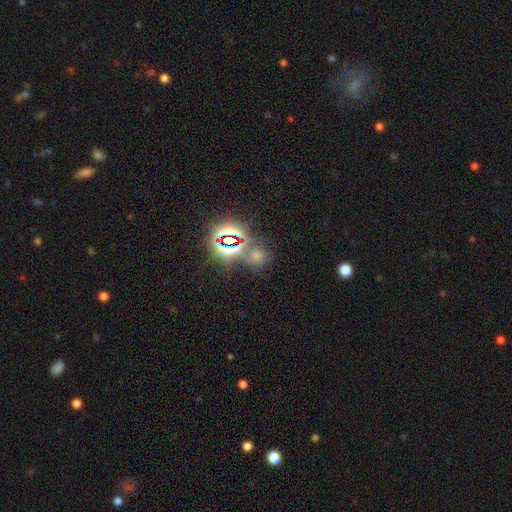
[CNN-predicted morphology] Overall: star or artifact (50%; smooth 42%).